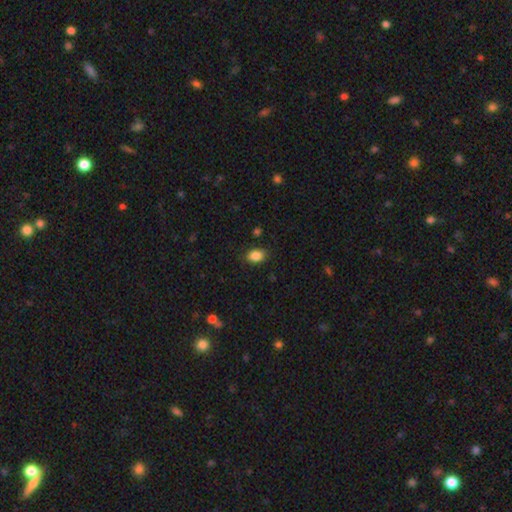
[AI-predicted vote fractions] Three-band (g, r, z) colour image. It shows a smooth galaxy with no disk features (87%) that is in between round and cigar-shaped (78%). Merging: none (86%).